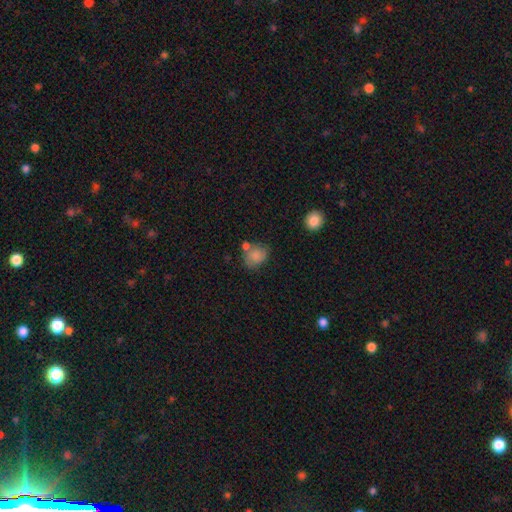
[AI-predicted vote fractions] Morphology: type=smooth (77%); roundness=round (53%); merging=none (49%).